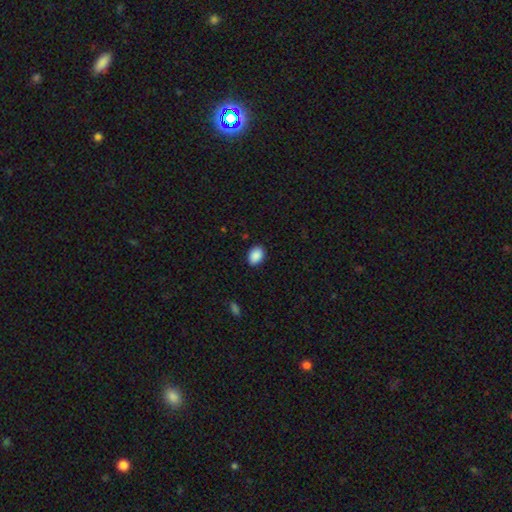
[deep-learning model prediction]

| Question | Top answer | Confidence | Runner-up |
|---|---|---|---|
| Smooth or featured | smooth | 90% | star or artifact (7%) |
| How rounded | in between | 76% | round (23%) |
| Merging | none | 88% | minor disturbance (9%) |